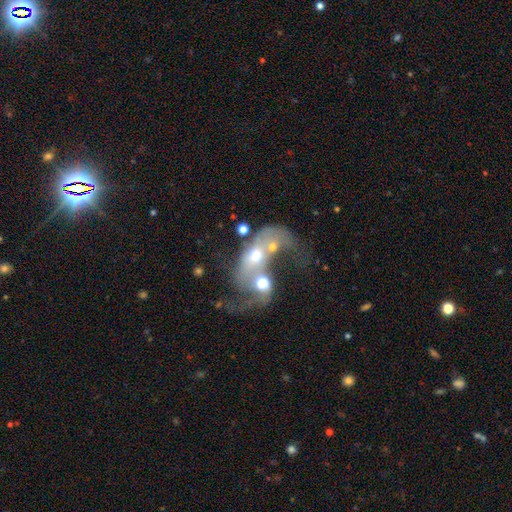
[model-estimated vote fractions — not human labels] Smooth or featured?
  - featured or disk: 52% *
  - smooth: 36%
  - star or artifact: 12%
Edge-on disk?
  - no: 95% *
  - yes: 5%
Merging?
  - merger: 75% *
  - major disturbance: 14%
  - none: 6%
  - minor disturbance: 4%